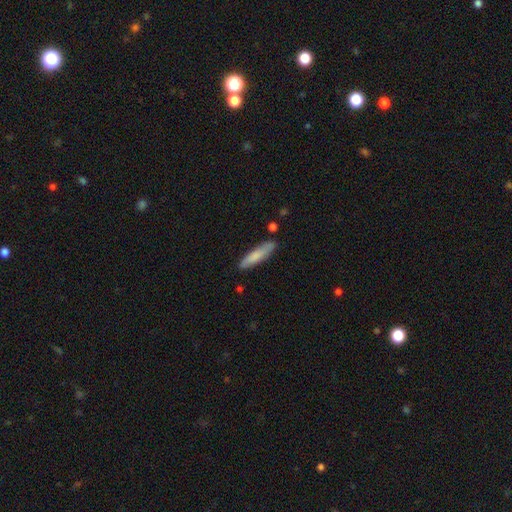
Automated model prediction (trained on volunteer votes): A smooth galaxy with no disk features (76%) that is cigar-shaped (82%). Merging: none (83%).